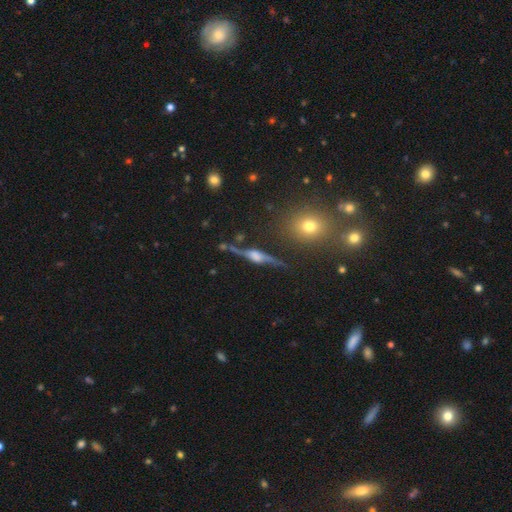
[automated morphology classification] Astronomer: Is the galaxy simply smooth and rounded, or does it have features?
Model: featured or disk — 83%.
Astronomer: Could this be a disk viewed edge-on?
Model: yes — 87%.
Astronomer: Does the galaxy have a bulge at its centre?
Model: rounded — 78%.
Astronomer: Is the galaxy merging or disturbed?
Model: none — 75%.